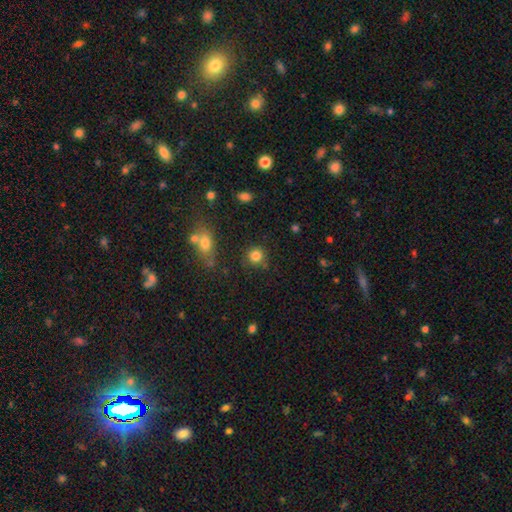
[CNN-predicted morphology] Smooth or featured: smooth — 83% (star or artifact — 12%)
How rounded: round — 91% (in between — 8%)
Merging: none — 81% (minor disturbance — 11%)